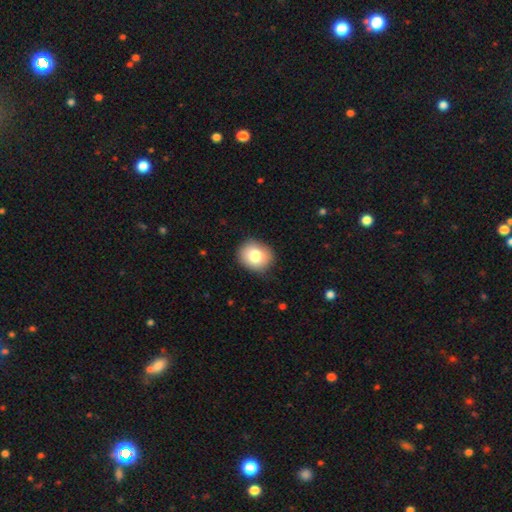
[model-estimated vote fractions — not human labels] This appears to be a smooth galaxy with no disk features (79%) that is round (71%). Merging: none (87%).